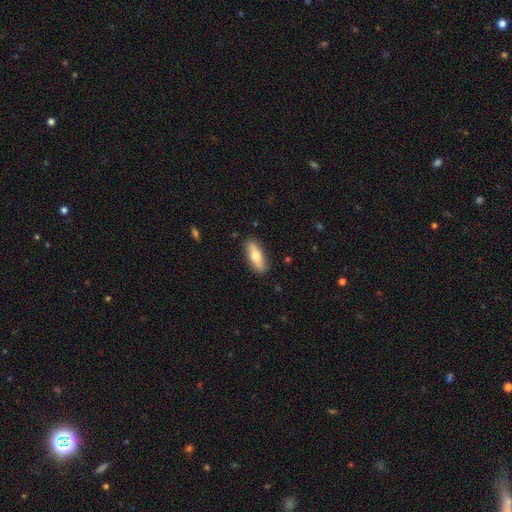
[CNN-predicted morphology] Smooth or featured? Predicted: smooth (p=0.68). How rounded? Predicted: in between (p=0.64). Merging? Predicted: none (p=0.87).